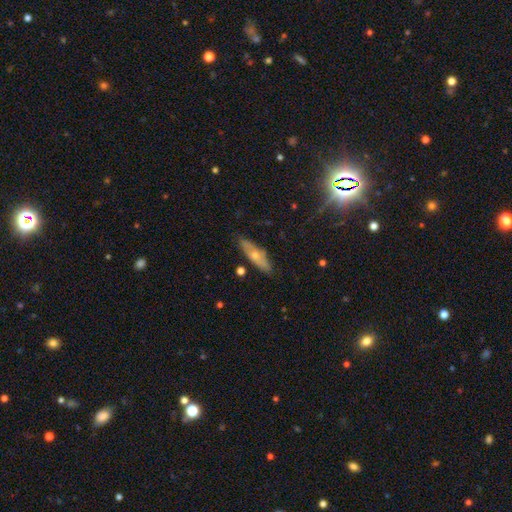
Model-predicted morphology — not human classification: Smooth or featured: smooth — 51% (featured or disk — 42%)
How rounded: cigar-shaped — 52% (in between — 45%)
Merging: none — 81% (minor disturbance — 15%)